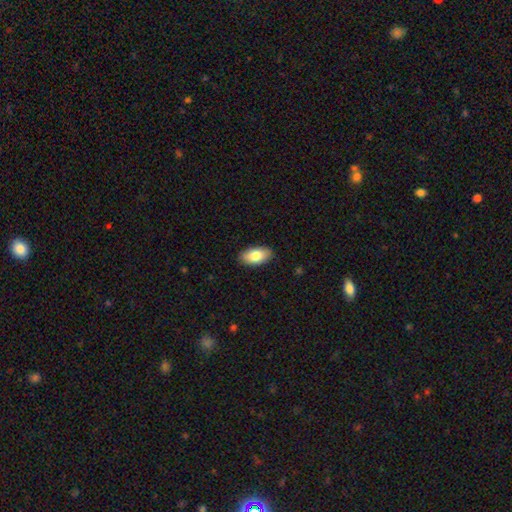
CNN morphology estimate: Overall: smooth (83%). How rounded: in between (94%). Merging: none (89%).